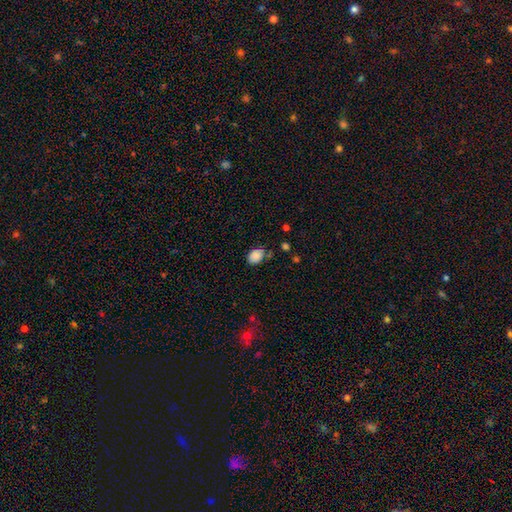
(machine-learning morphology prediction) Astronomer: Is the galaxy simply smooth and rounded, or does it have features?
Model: smooth — 86%.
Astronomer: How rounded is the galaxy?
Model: in between — 67%.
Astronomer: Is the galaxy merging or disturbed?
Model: none — 66%.